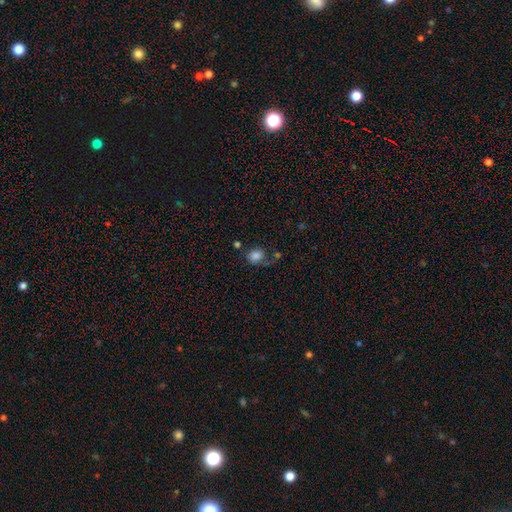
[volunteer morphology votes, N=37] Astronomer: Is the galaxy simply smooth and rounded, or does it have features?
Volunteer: smooth — 84%.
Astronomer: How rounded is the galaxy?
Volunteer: round — 65%.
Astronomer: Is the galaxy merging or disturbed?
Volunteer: major disturbance — 36% (runner-up: none, 25%).